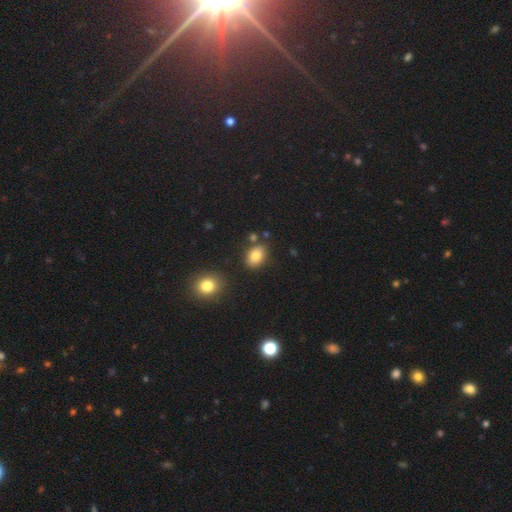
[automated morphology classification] smooth-or-featured: smooth: 83% | star or artifact: 10% | featured or disk: 7%
  how-rounded: in between: 77% | round: 22% | cigar-shaped: 1%
  merging: none: 79% | minor disturbance: 11% | merger: 7% | major disturbance: 3%